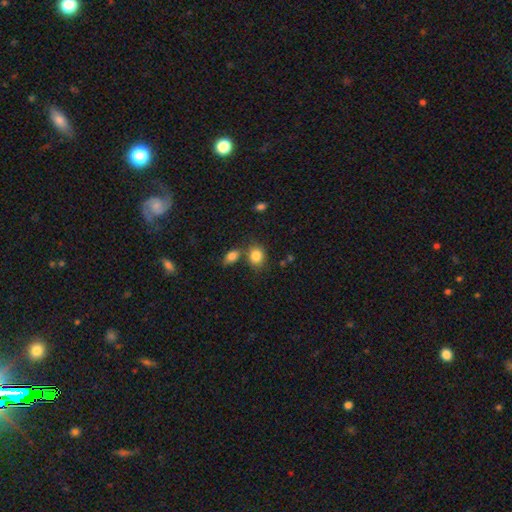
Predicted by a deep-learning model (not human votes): Smooth or featured: smooth — 83% (star or artifact — 10%)
How rounded: round — 57% (in between — 42%)
Merging: none — 60% (merger — 24%)